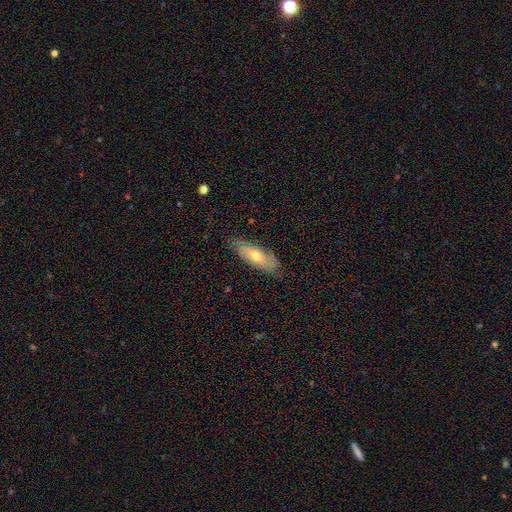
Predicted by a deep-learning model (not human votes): Smooth or featured?
  - smooth: 51% *
  - featured or disk: 42%
  - star or artifact: 7%
How rounded?
  - in between: 65% *
  - cigar-shaped: 32%
  - round: 2%
Merging?
  - none: 78% *
  - minor disturbance: 18%
  - major disturbance: 3%
  - merger: 1%